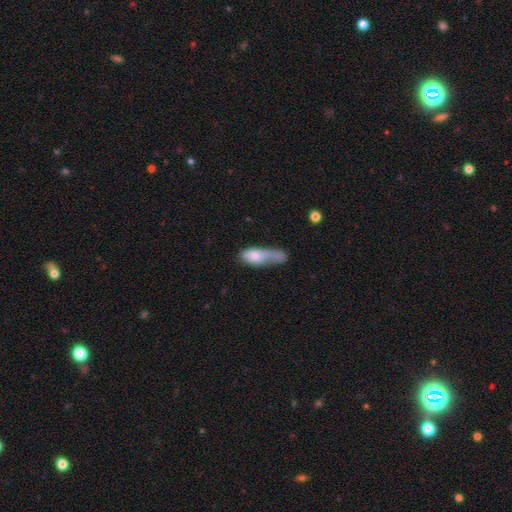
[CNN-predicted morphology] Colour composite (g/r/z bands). It shows a smooth galaxy with no disk features (70%) that is in between round and cigar-shaped (61%). Merging: major disturbance (35%).